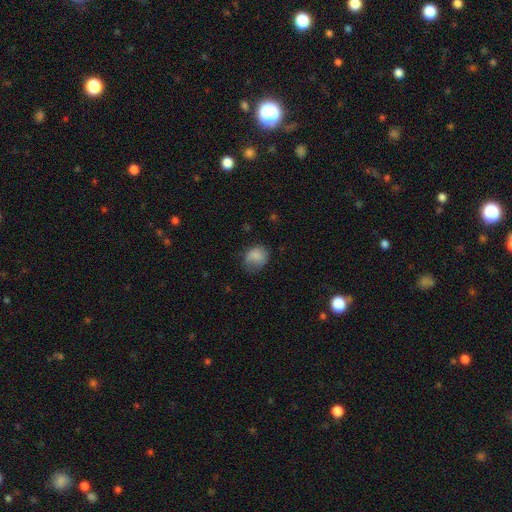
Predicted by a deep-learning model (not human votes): smooth 81%, star or artifact 9%, featured or disk 9%. Down the decision tree: how rounded — round (61%); merging — none (55%).